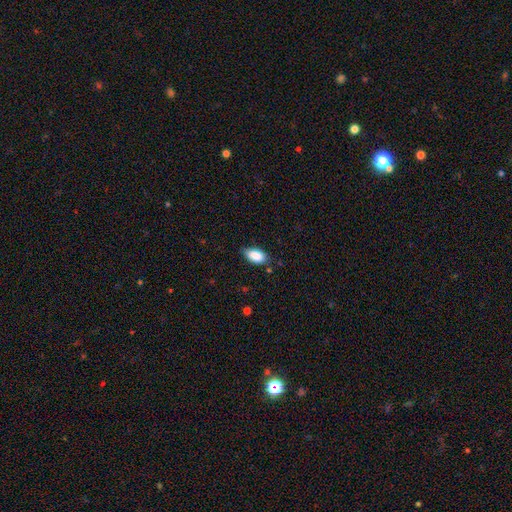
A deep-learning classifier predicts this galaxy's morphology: smooth 87%, star or artifact 7%, featured or disk 6%. Down the decision tree: how rounded — in between (92%); merging — none (74%).